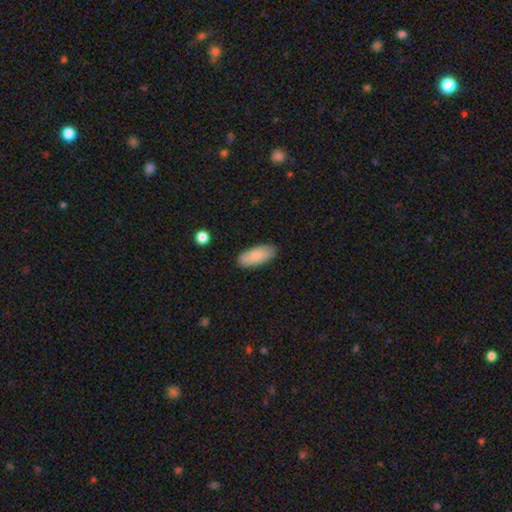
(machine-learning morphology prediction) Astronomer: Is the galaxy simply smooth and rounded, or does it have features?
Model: smooth — 85%.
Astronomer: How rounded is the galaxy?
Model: in between — 85%.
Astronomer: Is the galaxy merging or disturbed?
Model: none — 84%.